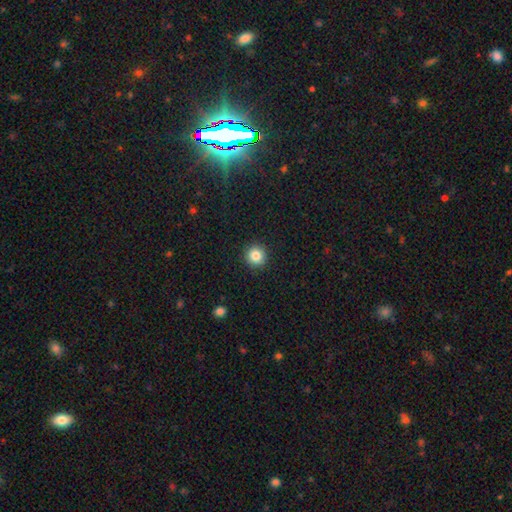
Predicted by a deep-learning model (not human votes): This appears to be a smooth galaxy with no disk features (84%) that is round (94%). Merging: none (92%).